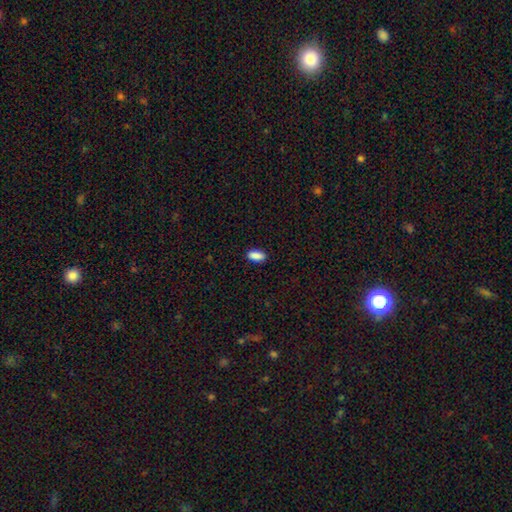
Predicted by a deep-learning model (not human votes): smooth-or-featured: smooth: 89% | star or artifact: 8% | featured or disk: 3%
  how-rounded: in between: 89% | cigar-shaped: 8% | round: 3%
  merging: none: 88% | minor disturbance: 9% | major disturbance: 2% | merger: 1%